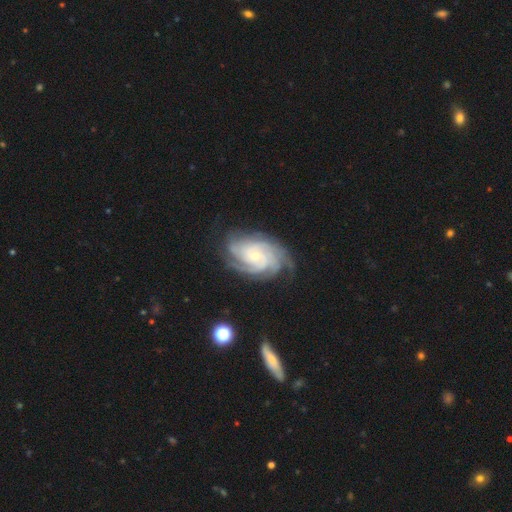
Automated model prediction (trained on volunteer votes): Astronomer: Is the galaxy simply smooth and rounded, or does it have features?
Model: featured or disk — 89%.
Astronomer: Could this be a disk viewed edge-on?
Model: no — 97%.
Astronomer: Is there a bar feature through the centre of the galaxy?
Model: no — 71%.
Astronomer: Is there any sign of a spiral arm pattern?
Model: yes — 98%.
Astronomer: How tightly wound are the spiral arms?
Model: tight — 67%.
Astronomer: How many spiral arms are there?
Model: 4 — 32% (runner-up: 3, 24%).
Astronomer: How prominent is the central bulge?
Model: small — 72%.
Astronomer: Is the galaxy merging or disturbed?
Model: none — 72%.